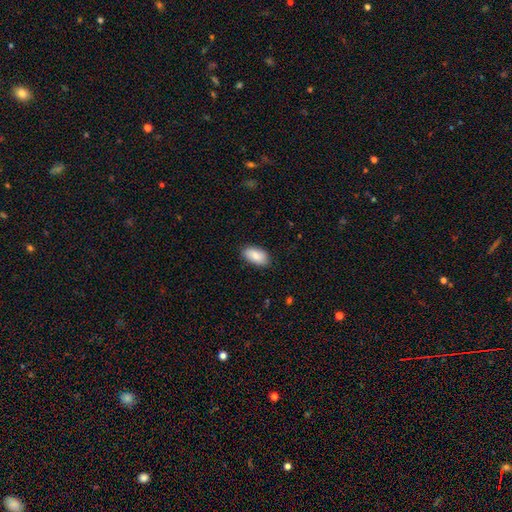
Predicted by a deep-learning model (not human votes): Overall: smooth (82%). How rounded: in between (94%). Merging: none (84%).